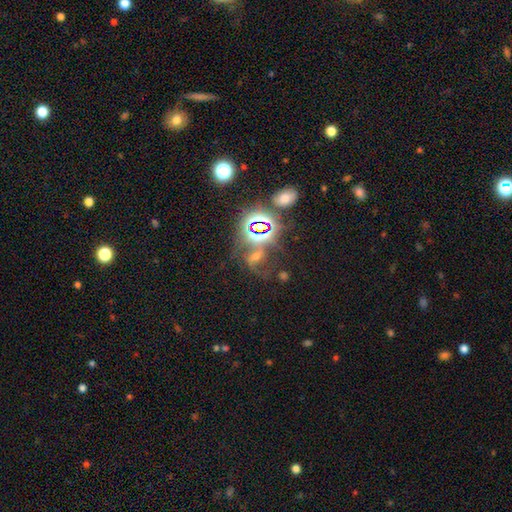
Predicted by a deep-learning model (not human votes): Q: Smooth or featured?
A: star or artifact (60%); runner-up: featured or disk (22%)